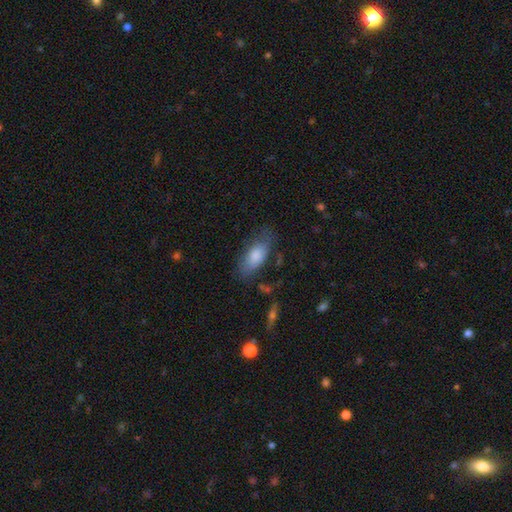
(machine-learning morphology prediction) Q: Smooth or featured?
A: smooth (78%); runner-up: featured or disk (15%)
Q: How rounded?
A: in between (87%); runner-up: cigar-shaped (10%)
Q: Merging?
A: none (63%); runner-up: minor disturbance (24%)